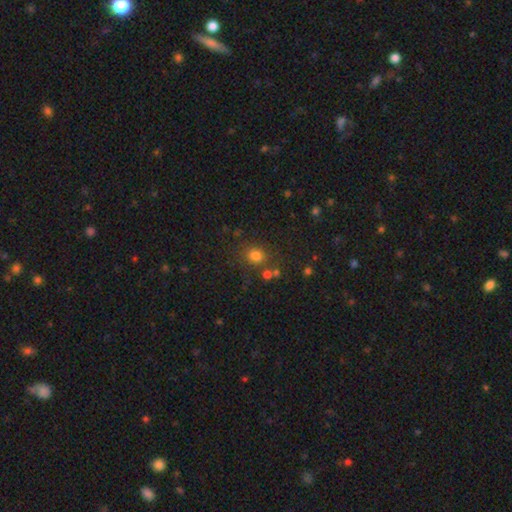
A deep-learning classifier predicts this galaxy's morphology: smooth_or_featured: smooth (p=0.77) [alt: star or artifact p=0.17]
how_rounded: round (p=0.74) [alt: in between p=0.25]
merging: none (p=0.74) [alt: minor disturbance p=0.11]